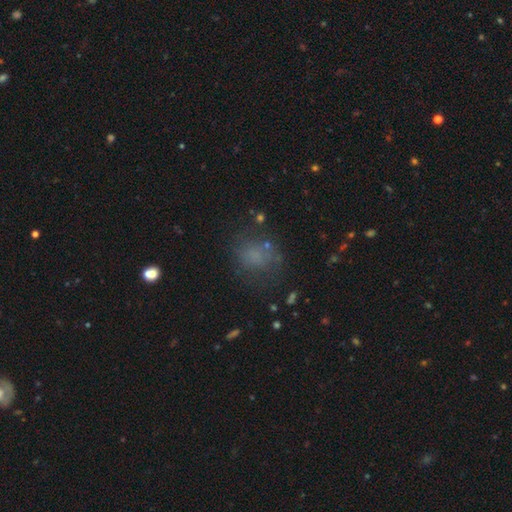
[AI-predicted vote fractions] This appears to be a smooth galaxy with no disk features (66%) that is round (60%). Merging: none (64%).